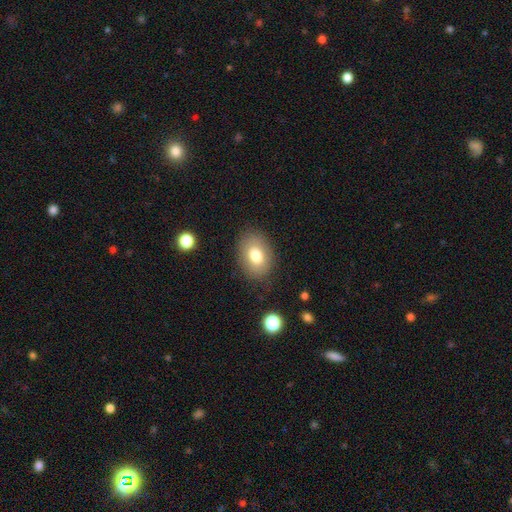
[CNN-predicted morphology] Q: Smooth or featured?
A: smooth (77%); runner-up: featured or disk (14%)
Q: How rounded?
A: in between (78%); runner-up: round (21%)
Q: Merging?
A: none (83%); runner-up: minor disturbance (12%)